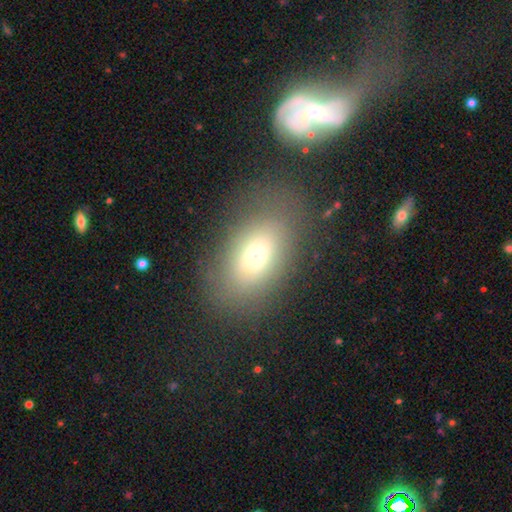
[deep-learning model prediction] smooth 67%, featured or disk 19%, star or artifact 14%. Down the decision tree: how rounded — in between (82%); merging — none (70%).